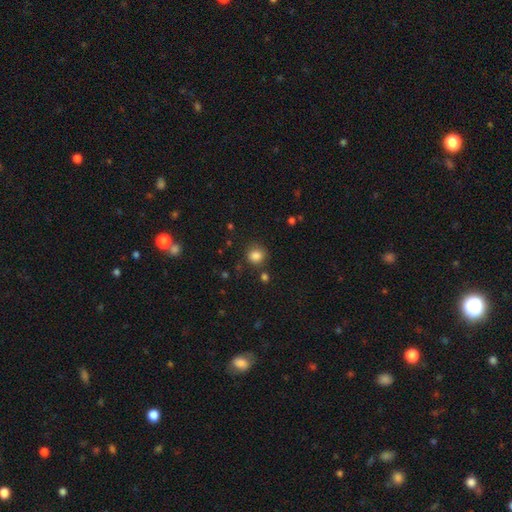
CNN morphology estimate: smooth-or-featured: smooth: 84% | star or artifact: 11% | featured or disk: 4%
  how-rounded: round: 84% | in between: 15% | cigar-shaped: 1%
  merging: none: 80% | minor disturbance: 12% | merger: 4% | major disturbance: 4%